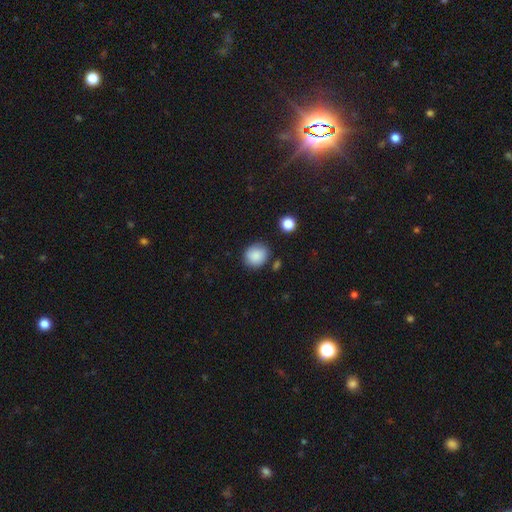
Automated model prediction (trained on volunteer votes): smooth_or_featured: smooth (p=0.87) [alt: star or artifact p=0.08]
how_rounded: round (p=0.80) [alt: in between p=0.20]
merging: none (p=0.80) [alt: minor disturbance p=0.13]